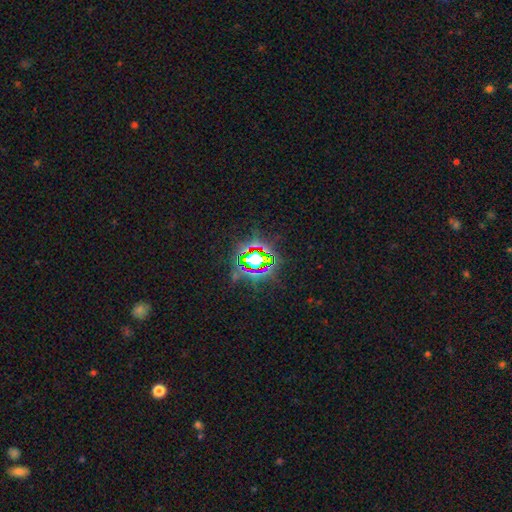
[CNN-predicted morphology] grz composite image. It shows a star or artifact, not a galaxy (79%).